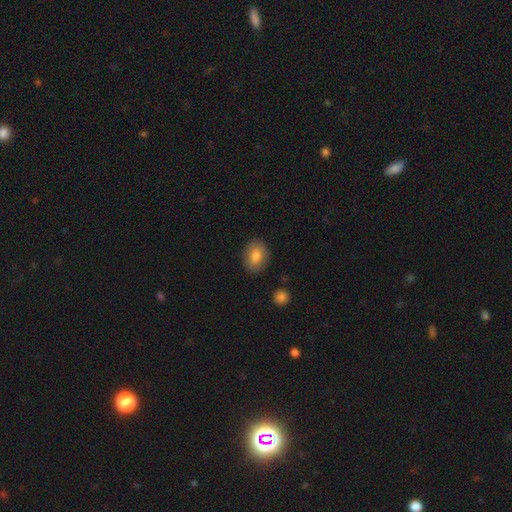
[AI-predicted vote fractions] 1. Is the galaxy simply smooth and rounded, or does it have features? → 81% smooth, 11% featured or disk, 7% star or artifact.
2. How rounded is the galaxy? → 71% in between, 28% round, 1% cigar-shaped.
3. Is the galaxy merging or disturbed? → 85% none, 10% minor disturbance, 3% major disturbance, 2% merger.